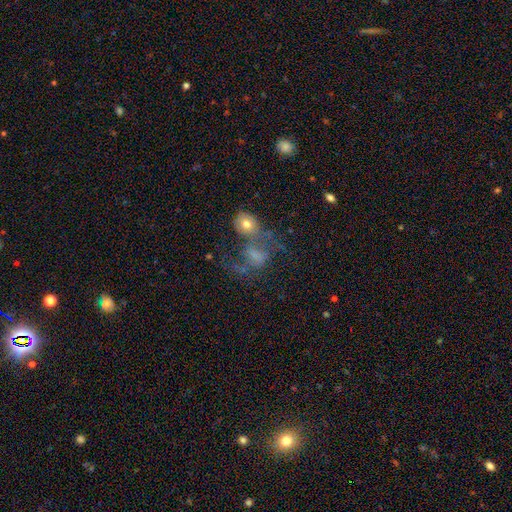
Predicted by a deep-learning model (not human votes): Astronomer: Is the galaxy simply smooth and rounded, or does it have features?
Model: smooth — 44% (runner-up: featured or disk, 41%).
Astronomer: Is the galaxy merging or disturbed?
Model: merger — 43% (runner-up: major disturbance, 25%).